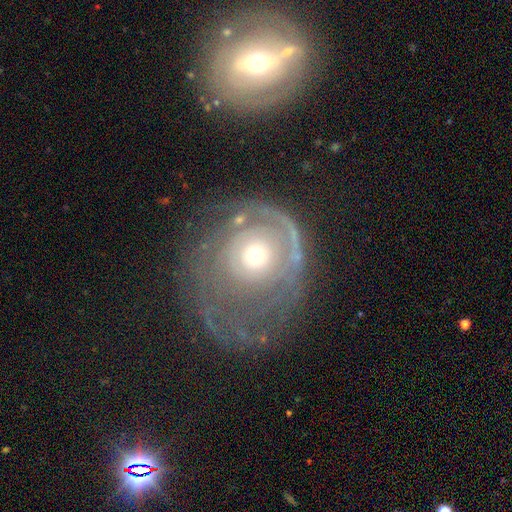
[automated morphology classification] The model was most divided on "bulge size": moderate: 52%, small: 40%, large: 5%, dominant: 1%, none: 1%. More confident: edge-on disk — no (96%); bar — no (87%); smooth or featured — featured or disk (74%); spiral arms — yes (70%); merging — none (51%).